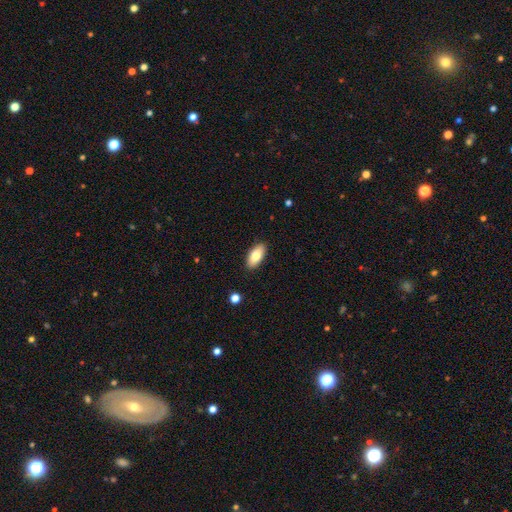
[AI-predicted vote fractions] Morphology: type=smooth (80%); roundness=in between (91%); merging=none (89%).